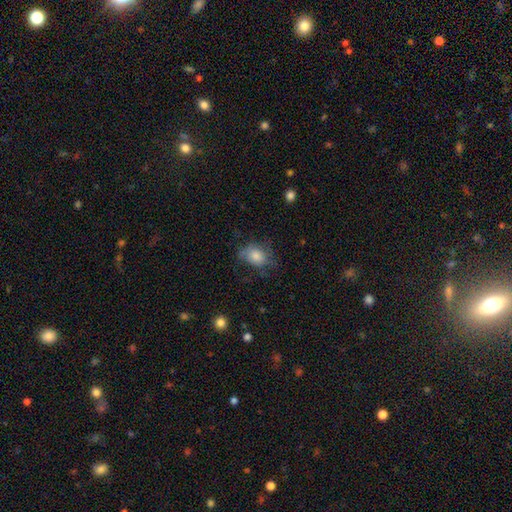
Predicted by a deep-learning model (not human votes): The model was most divided on "how rounded": in between: 60%, round: 39%, cigar-shaped: 1%. More confident: smooth or featured — smooth (72%); merging — none (54%).